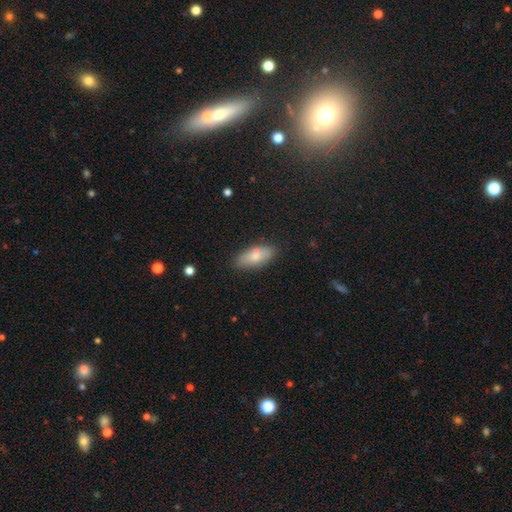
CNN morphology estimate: Smooth or featured? Predicted: smooth (p=0.77). How rounded? Predicted: in between (p=0.81). Merging? Predicted: none (p=0.80).